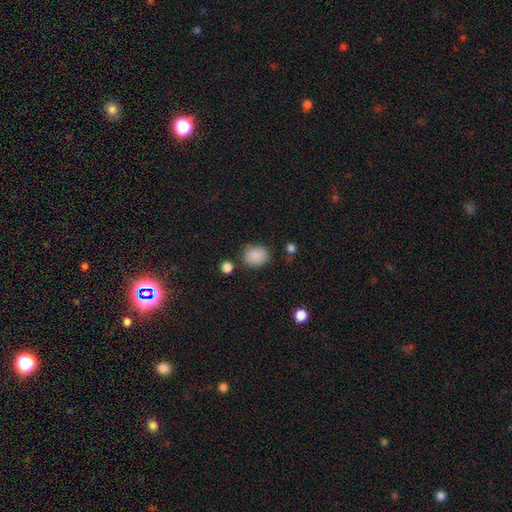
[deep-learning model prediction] smooth-or-featured: smooth: 87% | star or artifact: 9% | featured or disk: 4%
  how-rounded: in between: 50% | round: 49% | cigar-shaped: 1%
  merging: none: 76% | minor disturbance: 15% | major disturbance: 5% | merger: 4%